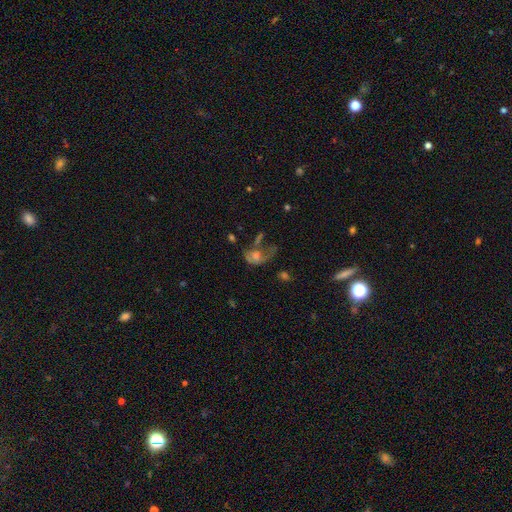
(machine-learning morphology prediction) Smooth or featured? Predicted: featured or disk (p=0.45). Merging? Predicted: major disturbance (p=0.42).